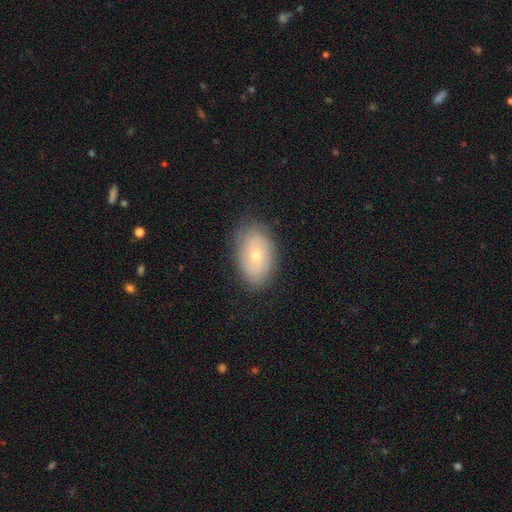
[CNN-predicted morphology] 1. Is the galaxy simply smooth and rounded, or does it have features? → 61% featured or disk, 31% smooth, 8% star or artifact.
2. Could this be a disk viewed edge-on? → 95% no, 5% yes.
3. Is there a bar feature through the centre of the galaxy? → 76% no, 21% weak, 3% strong.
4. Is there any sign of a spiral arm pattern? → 85% yes, 15% no.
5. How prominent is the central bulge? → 62% small, 34% moderate, 1% large, 1% none, 1% dominant.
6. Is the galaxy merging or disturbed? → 80% none, 15% minor disturbance, 4% major disturbance, 1% merger.